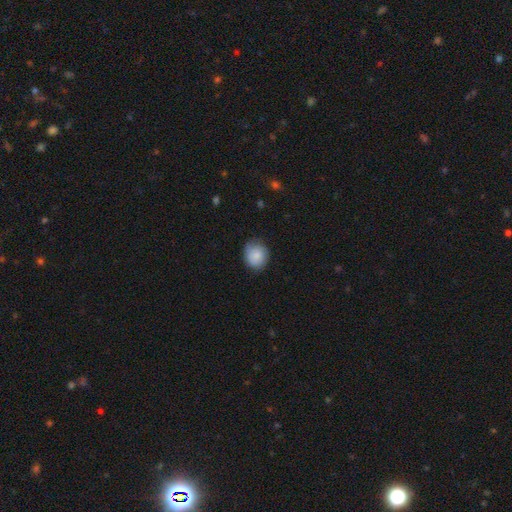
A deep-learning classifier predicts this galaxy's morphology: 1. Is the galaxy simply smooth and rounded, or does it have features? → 86% smooth, 7% featured or disk, 7% star or artifact.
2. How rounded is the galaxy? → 75% round, 24% in between, 1% cigar-shaped.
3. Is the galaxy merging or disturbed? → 74% none, 21% minor disturbance, 4% major disturbance, 1% merger.